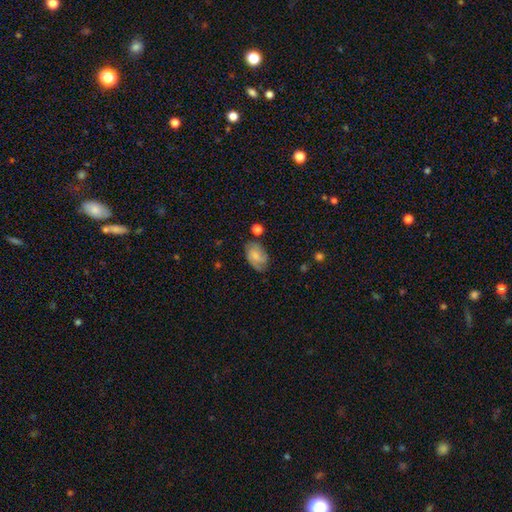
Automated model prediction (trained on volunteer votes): The model was most divided on "smooth or featured": smooth: 58%, featured or disk: 33%, star or artifact: 8%. More confident: how rounded — in between (87%); merging — none (65%).